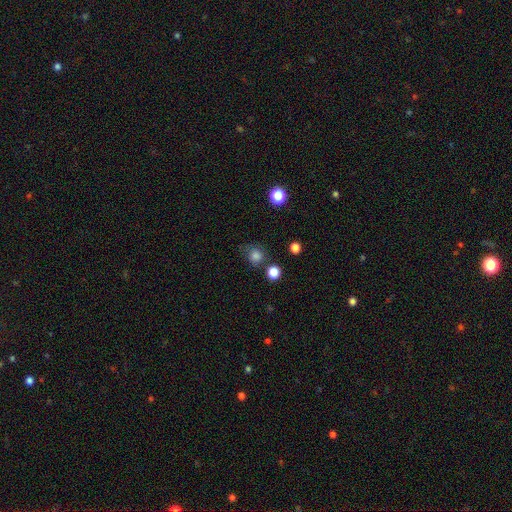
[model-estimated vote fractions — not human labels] Smooth or featured? Predicted: smooth (p=0.81). How rounded? Predicted: round (p=0.85). Merging? Predicted: none (p=0.69).